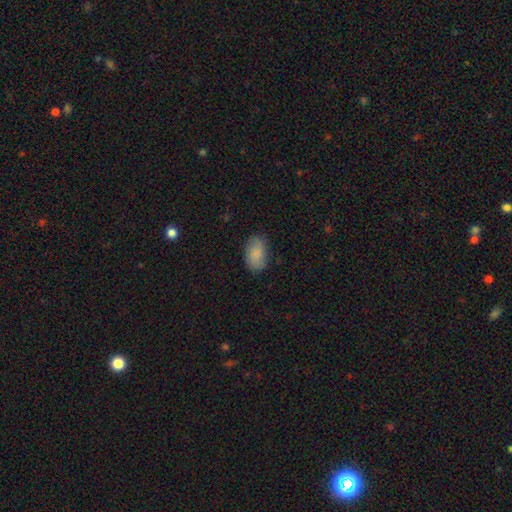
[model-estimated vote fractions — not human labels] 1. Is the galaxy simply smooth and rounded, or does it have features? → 85% smooth, 9% featured or disk, 7% star or artifact.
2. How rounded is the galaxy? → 93% in between, 6% round, 1% cigar-shaped.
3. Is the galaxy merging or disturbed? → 80% none, 16% minor disturbance, 3% major disturbance, 1% merger.